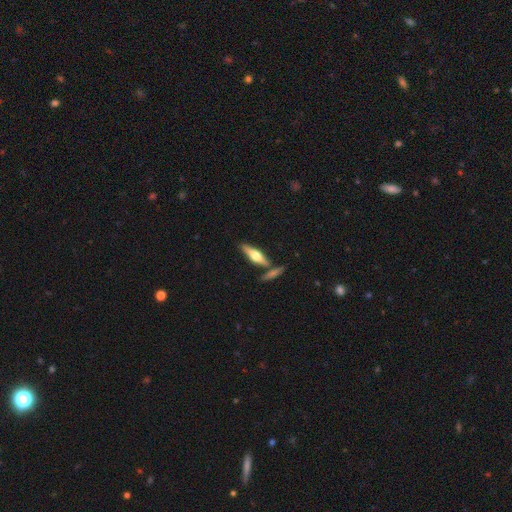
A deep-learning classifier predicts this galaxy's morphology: Smooth or featured: featured or disk — 53% (smooth — 41%)
Edge-on disk: yes — 93% (no — 7%)
Merging: none — 72% (merger — 15%)